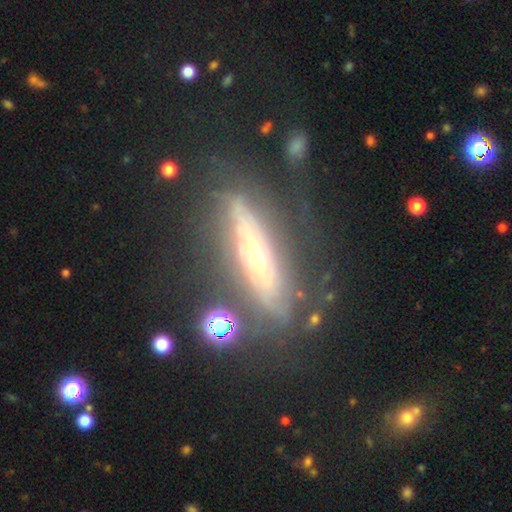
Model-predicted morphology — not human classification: featured or disk 76%, smooth 17%, star or artifact 7%. Down the decision tree: edge-on disk — no (50%, tied with yes); merging — none (67%).